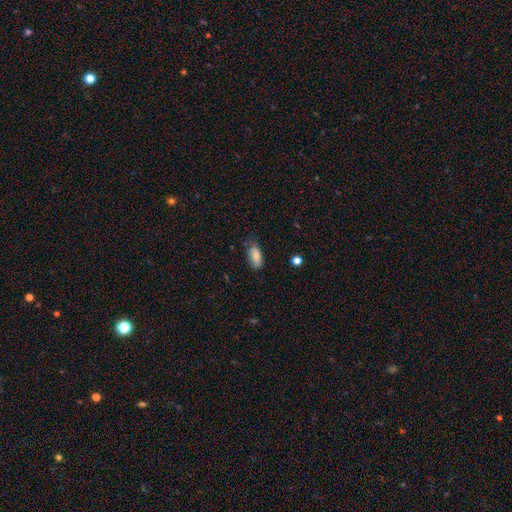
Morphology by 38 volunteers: type=smooth (84%); roundness=in between (75%); merging=none (65%).